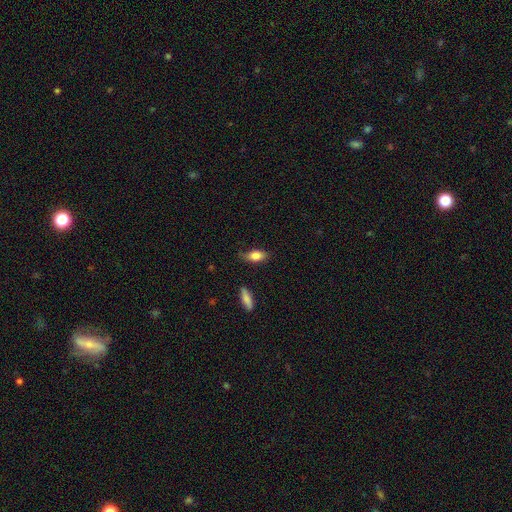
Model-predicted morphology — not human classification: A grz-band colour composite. It shows a smooth galaxy with no disk features (80%) that is in between round and cigar-shaped (83%). Merging: none (72%).